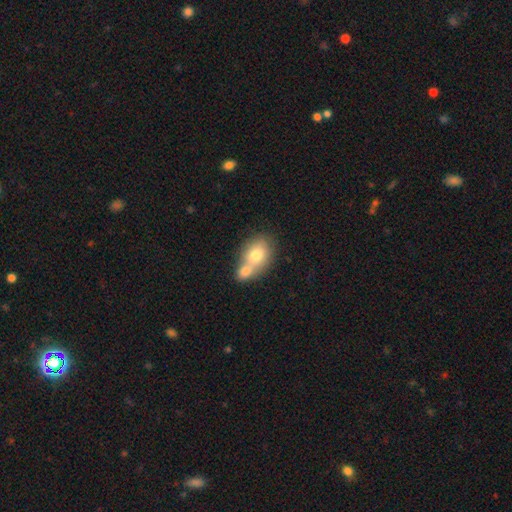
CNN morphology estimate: Q: Smooth or featured?
A: smooth (72%); runner-up: featured or disk (20%)
Q: How rounded?
A: in between (64%); runner-up: round (35%)
Q: Merging?
A: merger (62%); runner-up: none (26%)